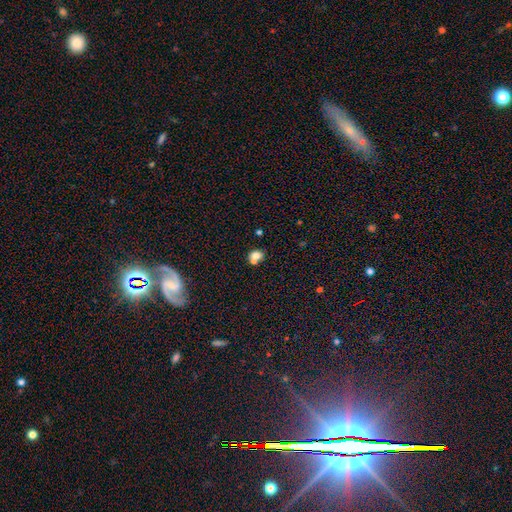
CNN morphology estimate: The model was most divided on "merging": none: 44%, merger: 42%, minor disturbance: 10%, major disturbance: 4%. More confident: smooth or featured — smooth (74%); how rounded — round (59%).